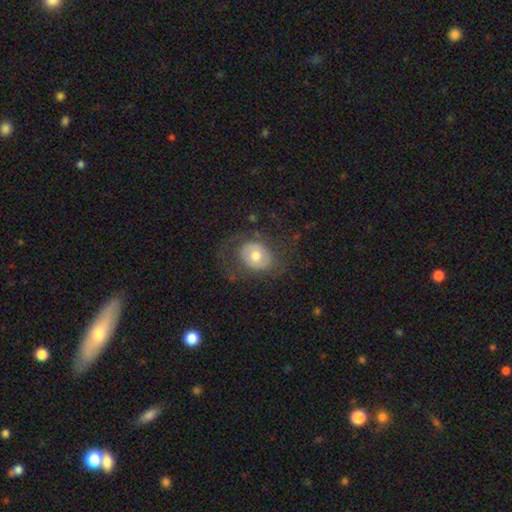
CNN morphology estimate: A smooth galaxy with no disk features (54%) that is in between round and cigar-shaped (51%).

Vote fractions:
- Smooth or featured? smooth: 54% / featured or disk: 38% / star or artifact: 8%
- How rounded? in between: 51% / round: 48% / cigar-shaped: 1%
- Merging? none: 65% / minor disturbance: 17% / major disturbance: 17% / merger: 1%